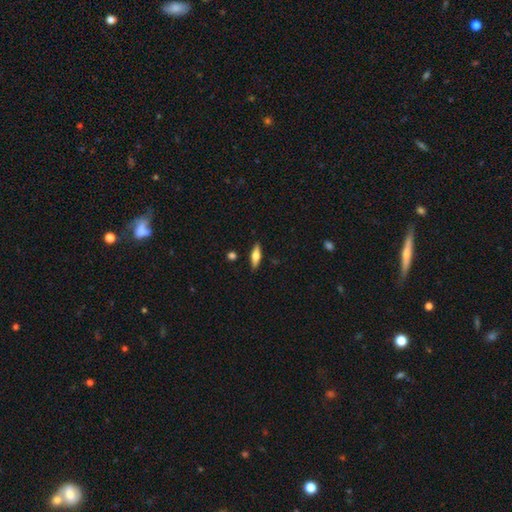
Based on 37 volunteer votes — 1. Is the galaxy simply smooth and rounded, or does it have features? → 70% smooth, 24% featured or disk, 5% star or artifact.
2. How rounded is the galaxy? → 50% in between (tied), 50% cigar-shaped (tied), 0% round.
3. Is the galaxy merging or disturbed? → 94% none, 3% minor disturbance, 3% major disturbance, 0% merger.